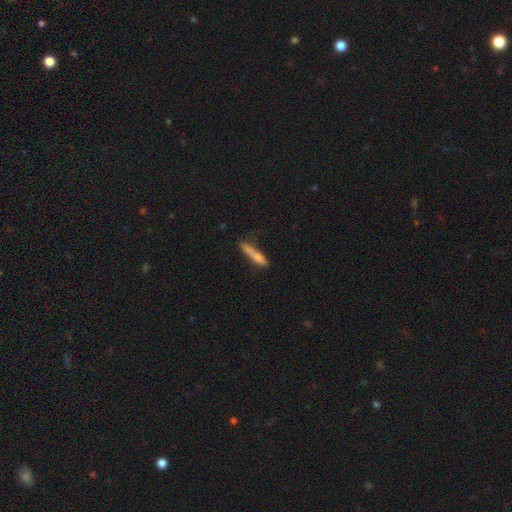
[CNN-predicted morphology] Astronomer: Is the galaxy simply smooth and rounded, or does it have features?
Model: smooth — 74%.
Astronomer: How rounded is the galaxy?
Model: cigar-shaped — 90%.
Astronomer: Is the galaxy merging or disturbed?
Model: none — 61%.